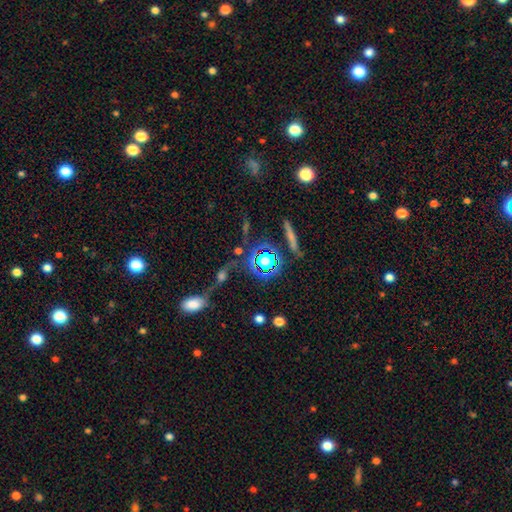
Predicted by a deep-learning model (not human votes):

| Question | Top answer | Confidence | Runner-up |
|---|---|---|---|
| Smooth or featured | star or artifact | 66% | smooth (21%) |